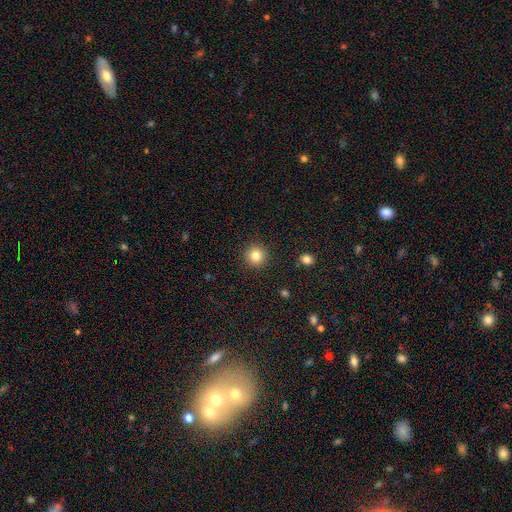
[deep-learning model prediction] Smooth or featured? Predicted: smooth (p=0.83). How rounded? Predicted: round (p=0.95). Merging? Predicted: none (p=0.92).